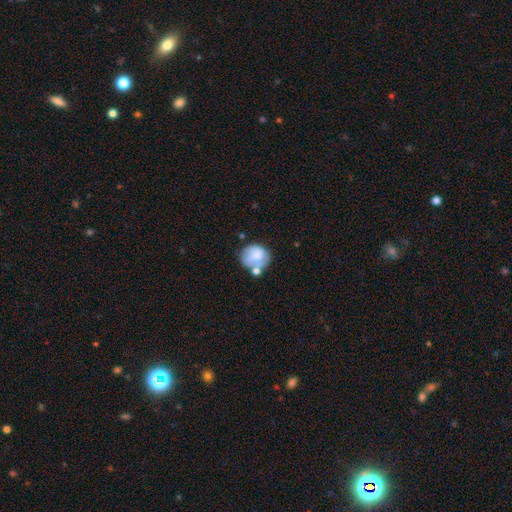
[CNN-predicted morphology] type=smooth (70%); roundness=round (69%); merging=none (44%).